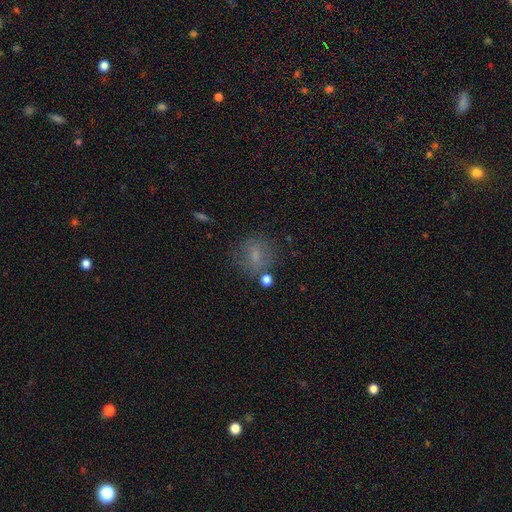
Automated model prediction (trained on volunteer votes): This is likely a smooth galaxy (62%). How rounded: likely round (71%). Merging: likely none (69%).